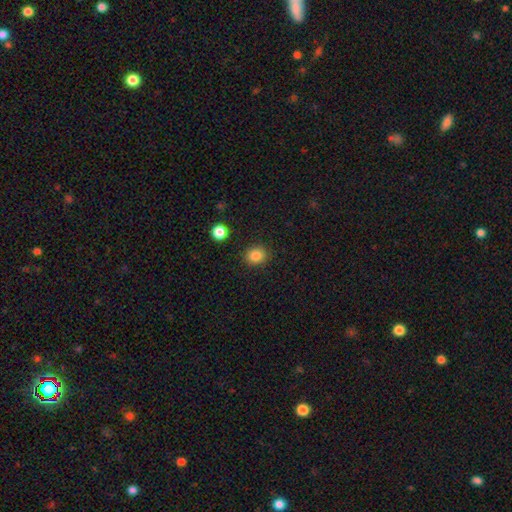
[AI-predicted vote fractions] smooth_or_featured: smooth (p=0.85) [alt: star or artifact p=0.11]
how_rounded: round (p=0.74) [alt: in between p=0.25]
merging: none (p=0.89) [alt: minor disturbance p=0.07]